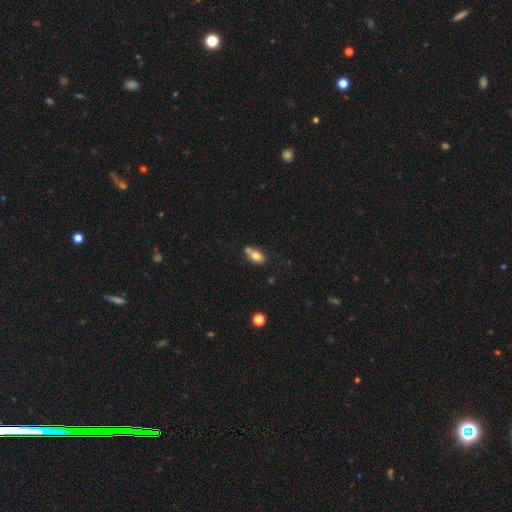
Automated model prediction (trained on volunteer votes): smooth_or_featured: smooth (p=0.74) [alt: featured or disk p=0.17]
how_rounded: in between (p=0.85) [alt: cigar-shaped p=0.08]
merging: none (p=0.47) [alt: merger p=0.25]